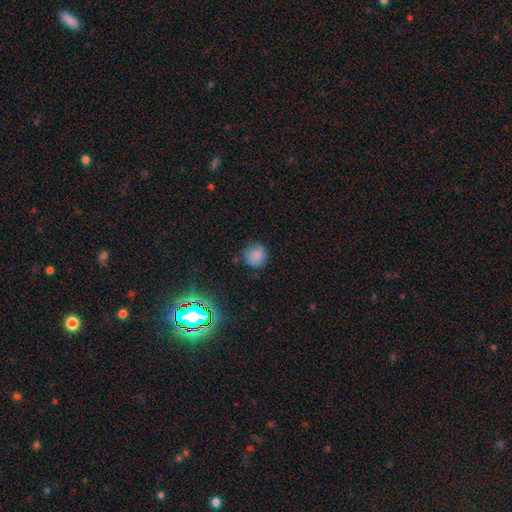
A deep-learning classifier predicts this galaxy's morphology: This appears to be a smooth galaxy with no disk features (79%) that is round (88%). Merging: none (78%).